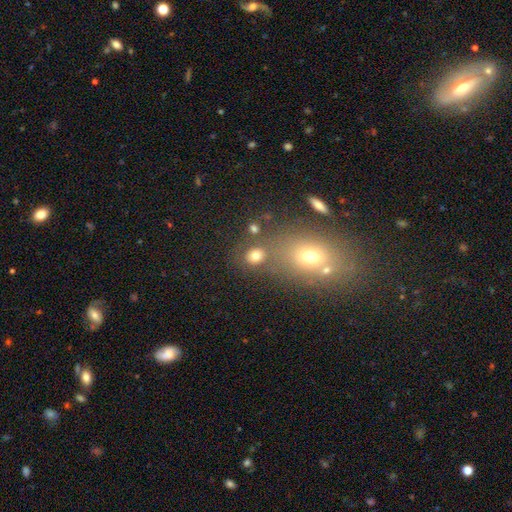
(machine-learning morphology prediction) A smooth galaxy with no disk features (74%) that is round (65%).

Vote fractions:
- Smooth or featured? smooth: 74% / star or artifact: 16% / featured or disk: 10%
- How rounded? round: 65% / in between: 33% / cigar-shaped: 1%
- Merging? none: 66% / merger: 18% / minor disturbance: 10% / major disturbance: 6%